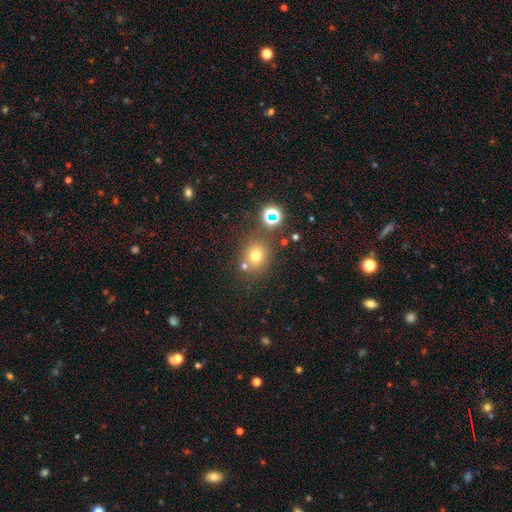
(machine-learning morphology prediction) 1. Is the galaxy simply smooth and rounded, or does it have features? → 69% smooth, 21% star or artifact, 10% featured or disk.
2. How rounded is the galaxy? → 77% round, 22% in between, 1% cigar-shaped.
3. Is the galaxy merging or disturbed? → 72% none, 13% merger, 11% minor disturbance, 4% major disturbance.